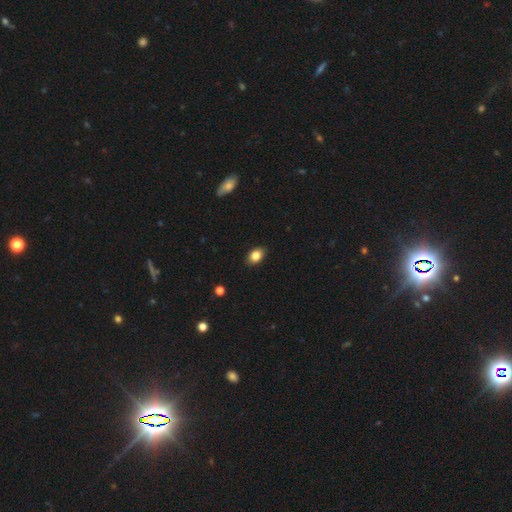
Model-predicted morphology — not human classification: This is clearly a smooth galaxy (85%). How rounded: clearly in between (80%). Merging: clearly none (87%).